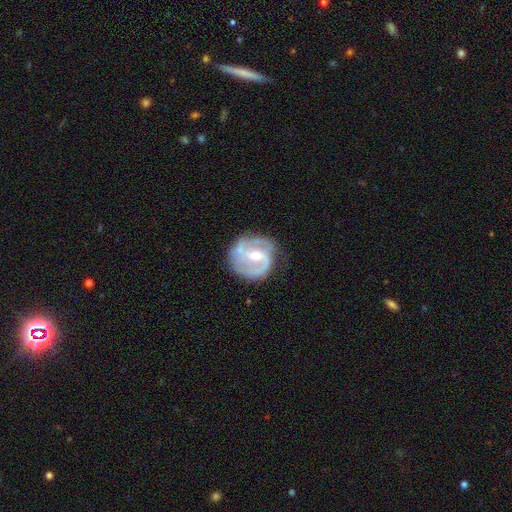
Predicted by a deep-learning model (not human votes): A featured or disk galaxy (86%) with a weak bar (45%), 2 (70%) medium (49%) spiral arms (94%) and a small central bulge (49%). Merging: none (70%).